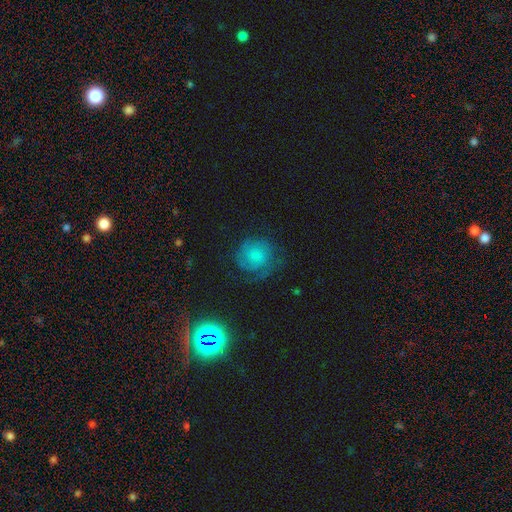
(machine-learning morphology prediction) smooth_or_featured: featured or disk (p=0.49) [alt: smooth p=0.40]
merging: none (p=0.60) [alt: minor disturbance p=0.21]